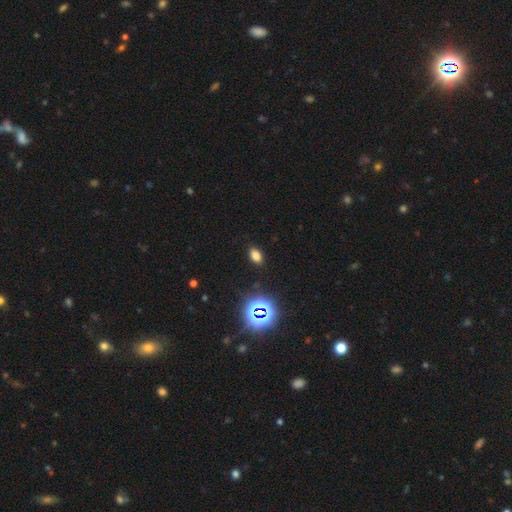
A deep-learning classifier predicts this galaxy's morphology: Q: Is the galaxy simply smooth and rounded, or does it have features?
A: smooth — 72%.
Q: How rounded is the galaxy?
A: in between — 88%.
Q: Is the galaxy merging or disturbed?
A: none — 88%.